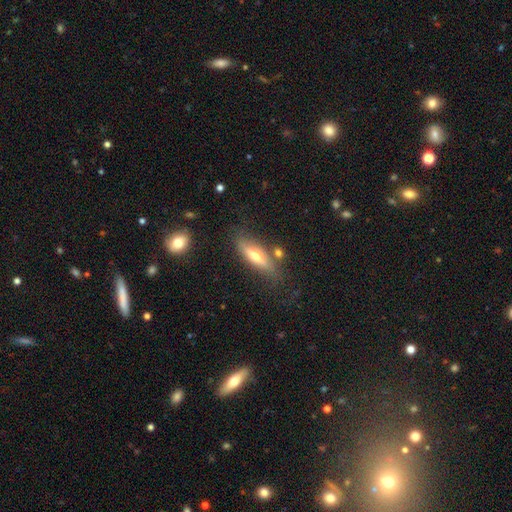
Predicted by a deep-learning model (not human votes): smooth_or_featured: smooth (p=0.48) [alt: featured or disk p=0.44]
merging: none (p=0.72) [alt: minor disturbance p=0.16]